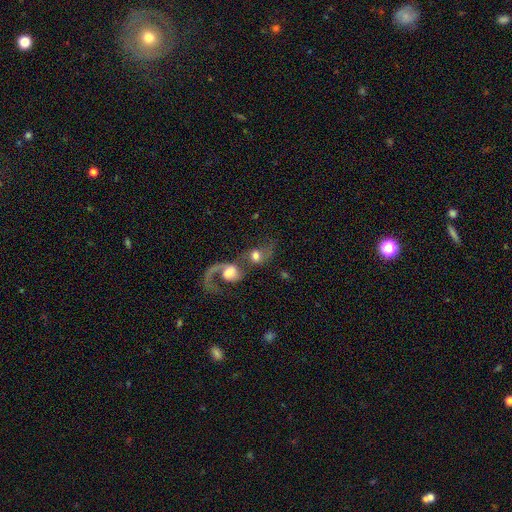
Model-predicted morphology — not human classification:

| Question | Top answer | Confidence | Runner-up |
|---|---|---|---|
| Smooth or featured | featured or disk | 50% | smooth (42%) |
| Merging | merger | 74% | major disturbance (11%) |